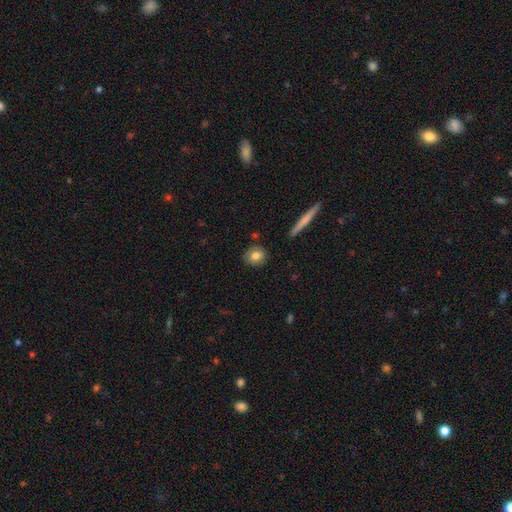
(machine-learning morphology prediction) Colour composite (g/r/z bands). It shows a smooth galaxy with no disk features (80%) that is round (75%). Merging: none (85%).